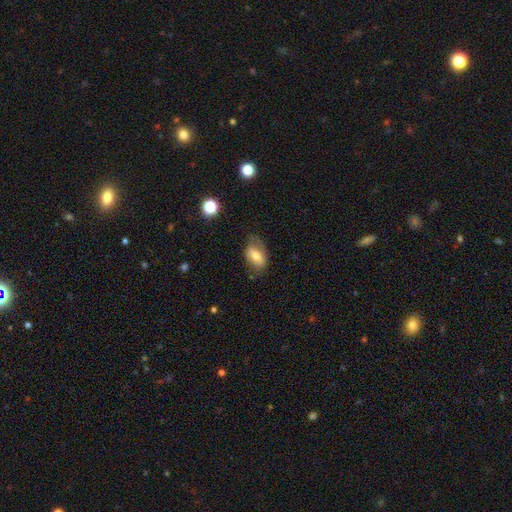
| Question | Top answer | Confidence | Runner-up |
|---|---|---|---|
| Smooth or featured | smooth | 63% | featured or disk (32%) |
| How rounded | in between | 88% | cigar-shaped (8%) |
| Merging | none | 53% | minor disturbance (28%) |